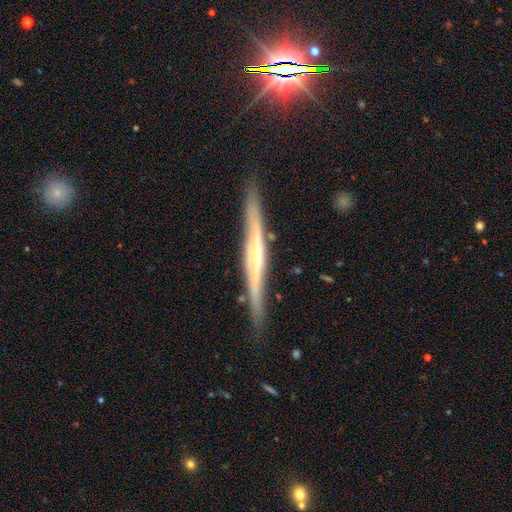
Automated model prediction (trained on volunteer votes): Smooth or featured?
  - featured or disk: 76% *
  - smooth: 18%
  - star or artifact: 6%
Edge-on disk?
  - yes: 96% *
  - no: 4%
Edge-on bulge?
  - rounded: 54% *
  - none: 31%
  - boxy: 15%
Merging?
  - none: 86% *
  - minor disturbance: 10%
  - major disturbance: 2%
  - merger: 2%